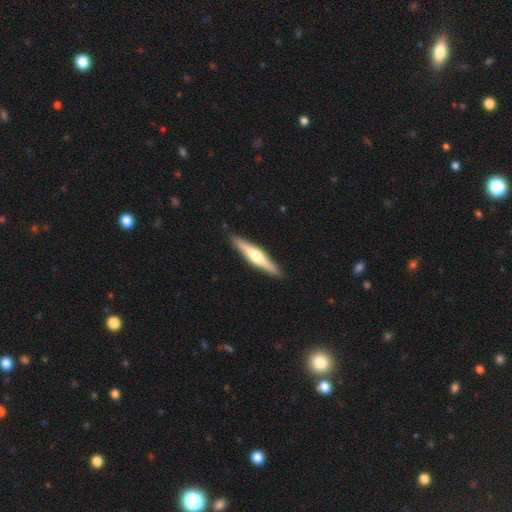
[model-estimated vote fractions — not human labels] Smooth or featured: featured or disk — 60% (smooth — 35%)
Edge-on disk: yes — 97% (no — 3%)
Edge-on bulge: rounded — 91% (boxy — 5%)
Merging: none — 91% (minor disturbance — 7%)